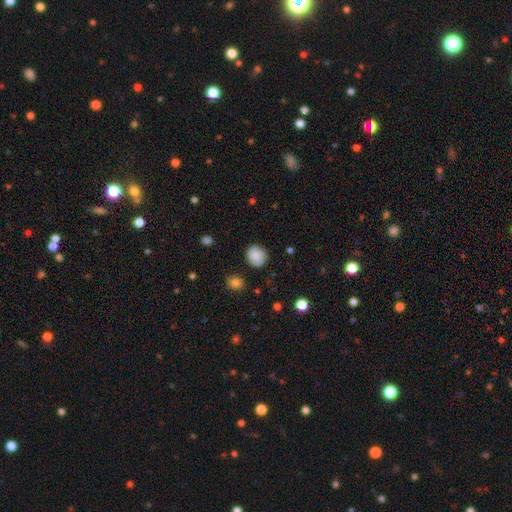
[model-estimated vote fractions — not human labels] Smooth or featured? Predicted: smooth (p=0.82). How rounded? Predicted: round (p=0.76). Merging? Predicted: none (p=0.77).